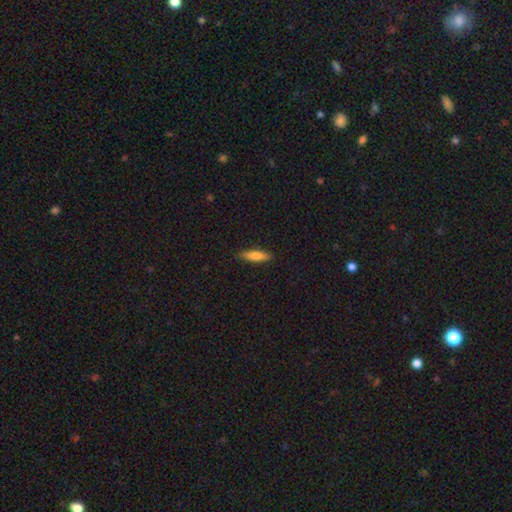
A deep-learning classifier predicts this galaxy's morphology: This appears to be a smooth galaxy with no disk features (73%) that is cigar-shaped (68%). Merging: none (88%).